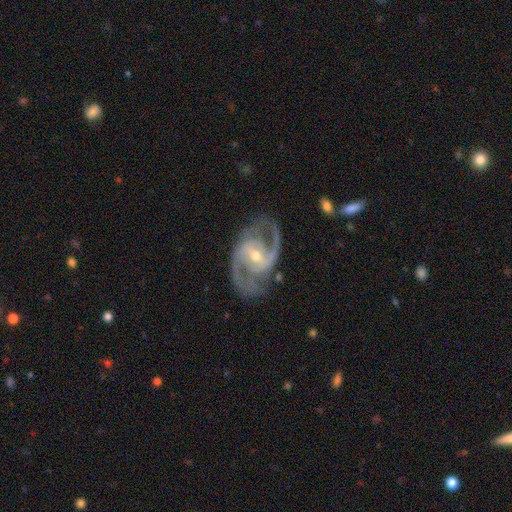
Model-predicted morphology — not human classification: type=featured or disk (92%); edge-on=no (97%); bar=weak (45%); spiral arms=yes (98%); winding=medium (62%); arm count=2 (90%); bulge=moderate (48%, tied with small); merging=none (77%).